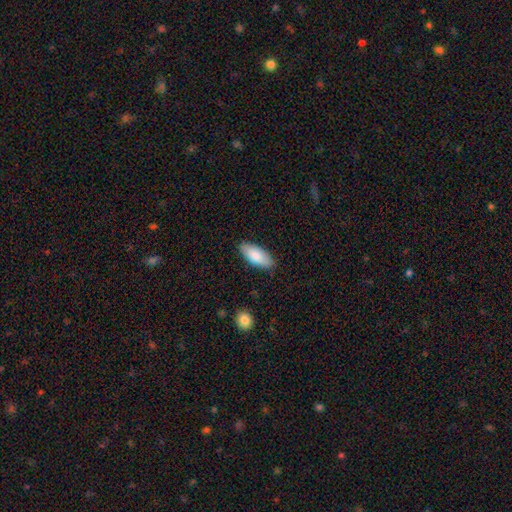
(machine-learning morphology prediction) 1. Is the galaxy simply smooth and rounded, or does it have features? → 86% smooth, 9% featured or disk, 5% star or artifact.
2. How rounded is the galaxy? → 85% in between, 13% cigar-shaped, 2% round.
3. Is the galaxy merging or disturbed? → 87% none, 10% minor disturbance, 2% major disturbance, 1% merger.